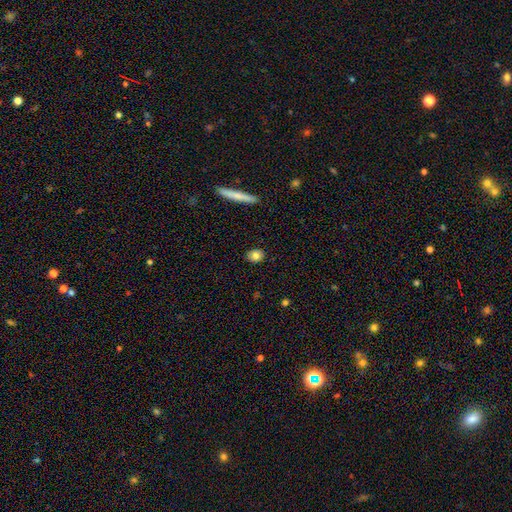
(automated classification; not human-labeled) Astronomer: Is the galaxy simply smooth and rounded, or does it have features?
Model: smooth — 80%.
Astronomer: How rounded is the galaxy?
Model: round — 62%.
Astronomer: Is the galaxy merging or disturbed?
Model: none — 89%.